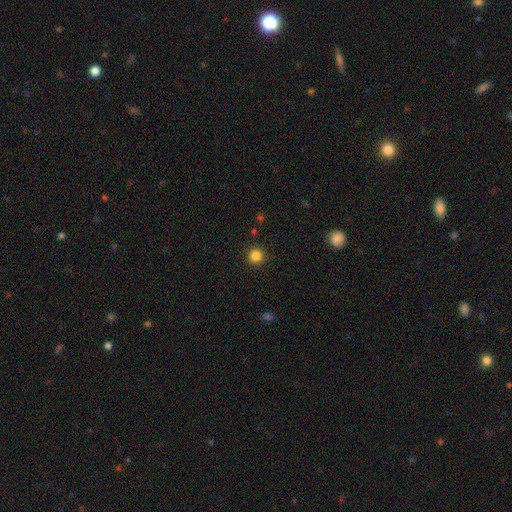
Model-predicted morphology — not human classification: smooth 85%, star or artifact 12%, featured or disk 4%. Down the decision tree: how rounded — round (95%); merging — none (92%).